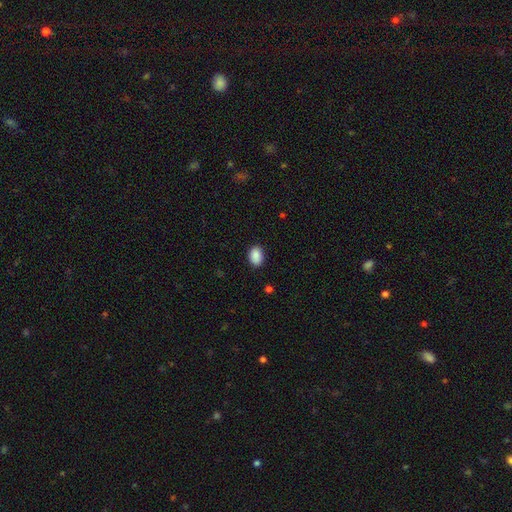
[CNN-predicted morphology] smooth 89%, star or artifact 7%, featured or disk 3%. Down the decision tree: how rounded — in between (79%); merging — none (87%).